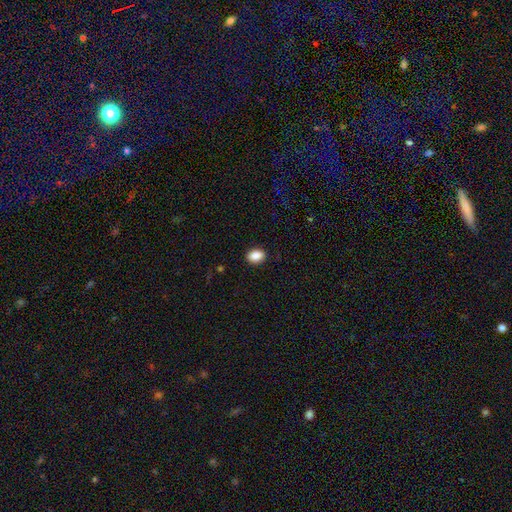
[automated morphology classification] A smooth galaxy with no disk features (88%) that is in between round and cigar-shaped (76%). Merging: none (90%).